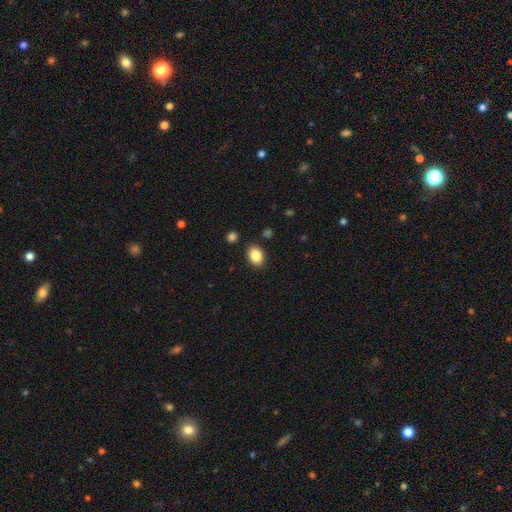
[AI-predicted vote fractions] Q: Smooth or featured?
A: smooth (86%); runner-up: star or artifact (8%)
Q: How rounded?
A: in between (76%); runner-up: round (23%)
Q: Merging?
A: none (87%); runner-up: minor disturbance (8%)